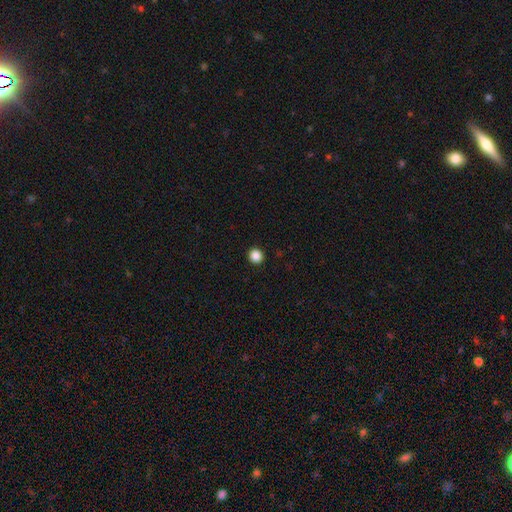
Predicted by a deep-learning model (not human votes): Morphology: type=smooth (87%); roundness=round (93%); merging=none (94%).